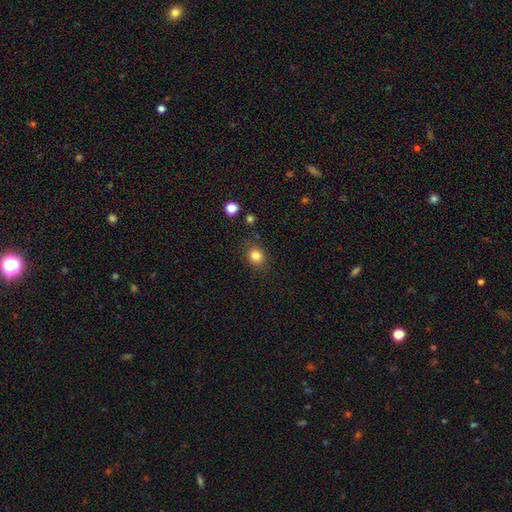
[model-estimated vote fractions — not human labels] Smooth or featured: smooth — 83% (star or artifact — 12%)
How rounded: round — 76% (in between — 23%)
Merging: none — 84% (minor disturbance — 10%)